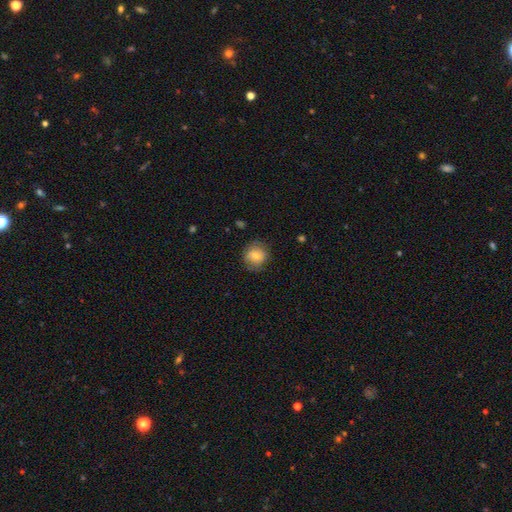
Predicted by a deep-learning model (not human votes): smooth_or_featured: smooth (p=0.71) [alt: featured or disk p=0.21]
how_rounded: round (p=0.83) [alt: in between p=0.16]
merging: none (p=0.74) [alt: minor disturbance p=0.18]